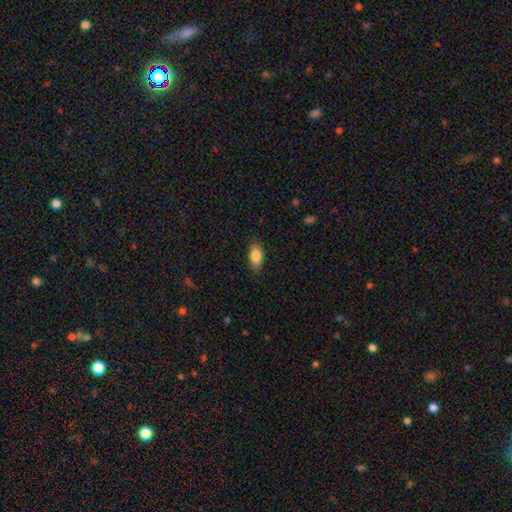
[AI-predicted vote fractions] A smooth galaxy with no disk features (86%) that is in between round and cigar-shaped (89%).

Vote fractions:
- Smooth or featured? smooth: 86% / star or artifact: 7% / featured or disk: 7%
- How rounded? in between: 89% / cigar-shaped: 8% / round: 4%
- Merging? none: 84% / minor disturbance: 12% / major disturbance: 3% / merger: 1%